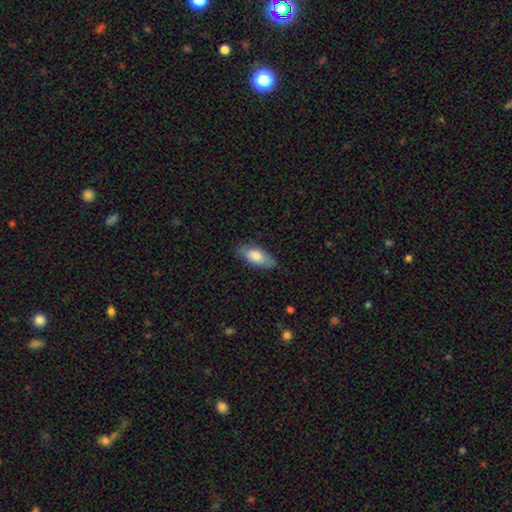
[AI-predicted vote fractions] Smooth or featured? Predicted: smooth (p=0.75). How rounded? Predicted: in between (p=0.83). Merging? Predicted: none (p=0.75).